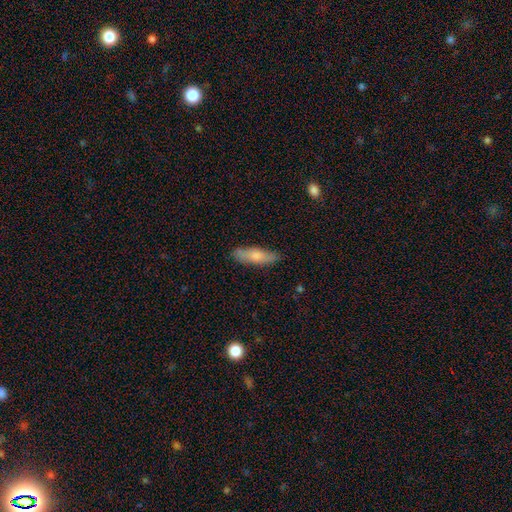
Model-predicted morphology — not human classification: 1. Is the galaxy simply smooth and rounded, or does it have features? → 71% smooth, 23% featured or disk, 6% star or artifact.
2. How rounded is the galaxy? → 58% cigar-shaped, 40% in between, 2% round.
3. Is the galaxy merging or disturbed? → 81% none, 15% minor disturbance, 3% major disturbance, 1% merger.